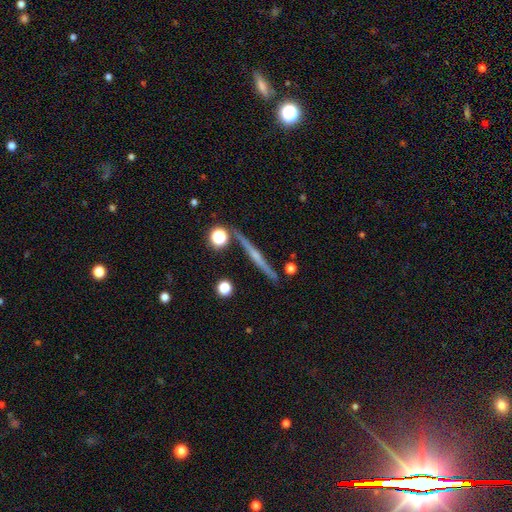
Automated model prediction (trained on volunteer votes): Smooth or featured: featured or disk — 74% (smooth — 18%)
Edge-on disk: yes — 98% (no — 2%)
Edge-on bulge: rounded — 62% (none — 28%)
Merging: none — 87% (minor disturbance — 7%)